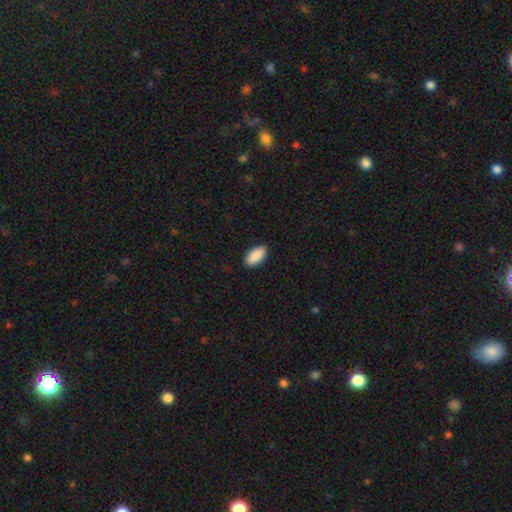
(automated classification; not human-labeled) Smooth or featured? Predicted: smooth (p=0.91). How rounded? Predicted: in between (p=0.92). Merging? Predicted: none (p=0.90).